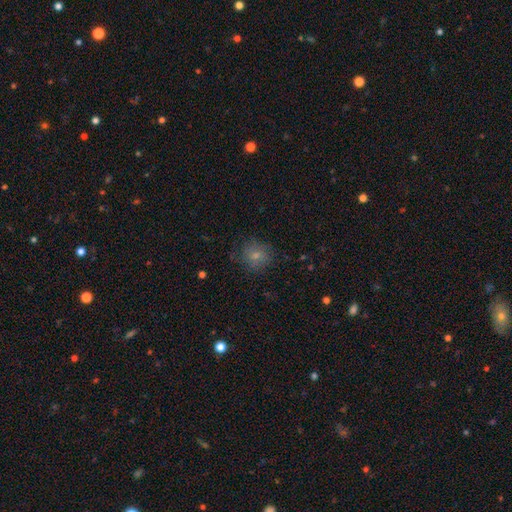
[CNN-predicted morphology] The model was most divided on "merging": none: 76%, minor disturbance: 16%, major disturbance: 6%, merger: 1%. More confident: how rounded — round (82%); smooth or featured — smooth (77%).